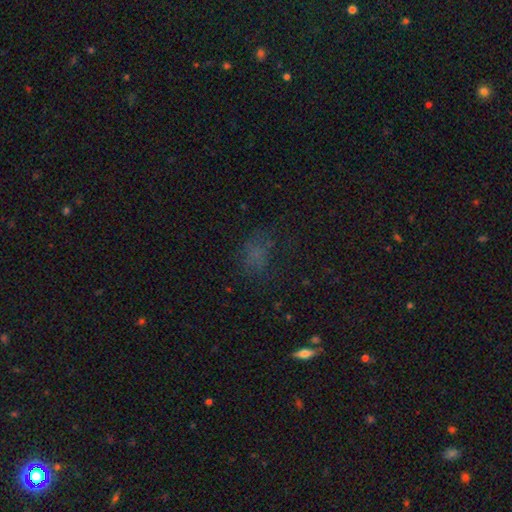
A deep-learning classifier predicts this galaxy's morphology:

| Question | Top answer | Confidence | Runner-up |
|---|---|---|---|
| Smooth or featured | smooth | 54% | star or artifact (29%) |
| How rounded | in between | 70% | round (27%) |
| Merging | none | 54% | major disturbance (22%) |